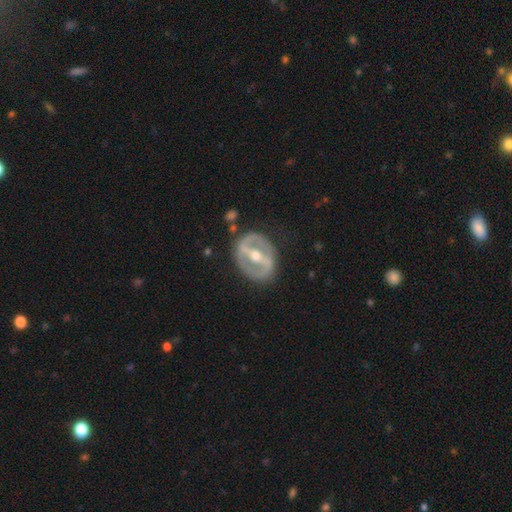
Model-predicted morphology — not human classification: Smooth or featured? Predicted: featured or disk (p=0.83). Edge-on disk? Predicted: no (p=0.93). Bar? Predicted: strong (p=0.73). Spiral arms? Predicted: no (p=0.53). Bulge size? Predicted: moderate (p=0.67). Merging? Predicted: none (p=0.80).